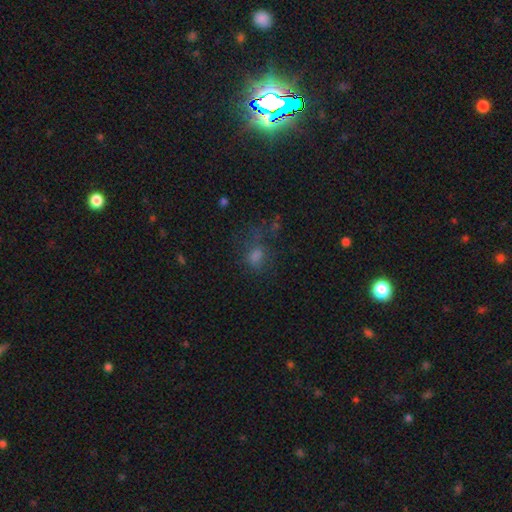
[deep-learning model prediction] smooth-or-featured: smooth: 58% | star or artifact: 26% | featured or disk: 16%
  how-rounded: in between: 56% | round: 41% | cigar-shaped: 3%
  merging: none: 47% | major disturbance: 27% | minor disturbance: 20% | merger: 5%